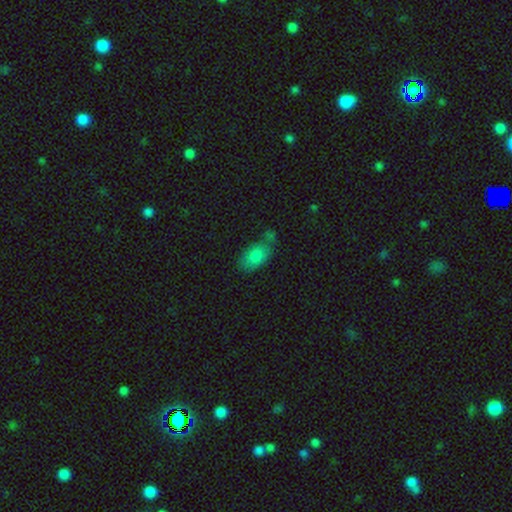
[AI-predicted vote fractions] The model was most divided on "merging": none: 49%, minor disturbance: 25%, merger: 18%, major disturbance: 9%. More confident: how rounded — in between (91%); smooth or featured — smooth (81%).